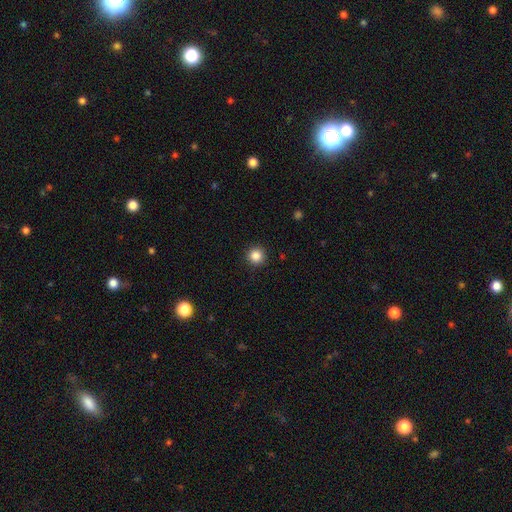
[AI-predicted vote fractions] The model was most divided on "smooth or featured": smooth: 85%, star or artifact: 11%, featured or disk: 4%. More confident: how rounded — round (95%); merging — none (92%).